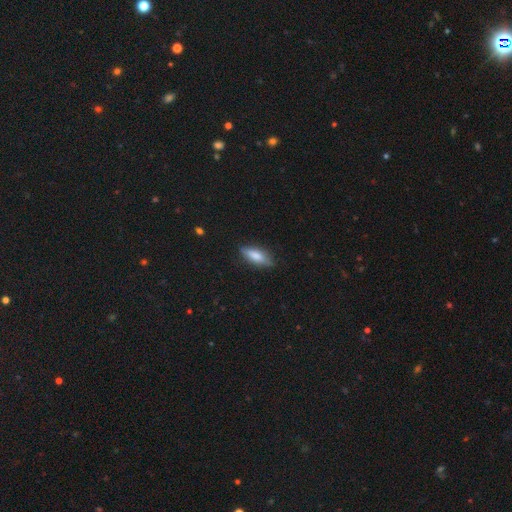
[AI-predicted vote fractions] Smooth or featured?
  - smooth: 73% *
  - featured or disk: 21%
  - star or artifact: 7%
How rounded?
  - in between: 59% *
  - cigar-shaped: 39%
  - round: 2%
Merging?
  - none: 80% *
  - minor disturbance: 16%
  - major disturbance: 3%
  - merger: 1%